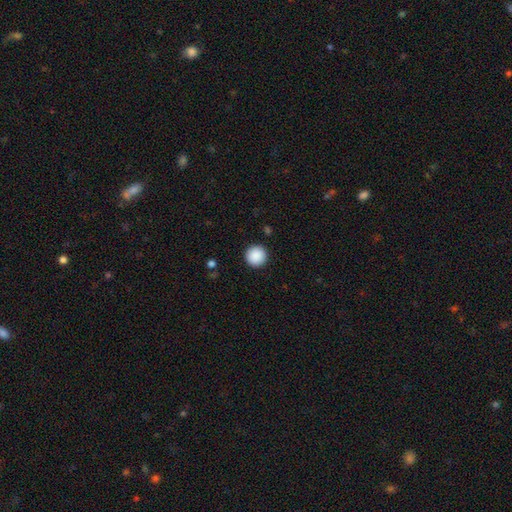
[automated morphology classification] This is clearly a smooth galaxy (90%). How rounded: clearly round (96%). Merging: clearly none (92%).